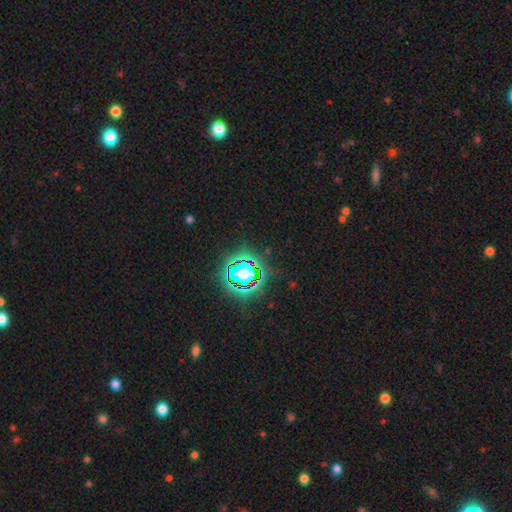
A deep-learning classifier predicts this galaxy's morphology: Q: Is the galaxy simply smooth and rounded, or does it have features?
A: star or artifact — 82%.